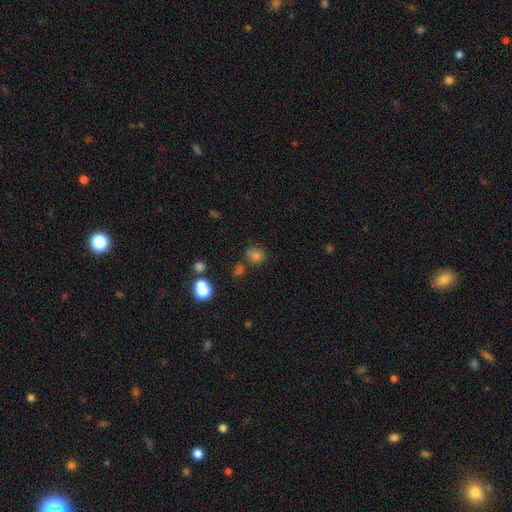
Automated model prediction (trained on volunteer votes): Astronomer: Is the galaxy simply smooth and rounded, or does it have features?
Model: smooth — 74%.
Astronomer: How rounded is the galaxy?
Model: round — 76%.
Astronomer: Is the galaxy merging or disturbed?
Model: none — 66%.